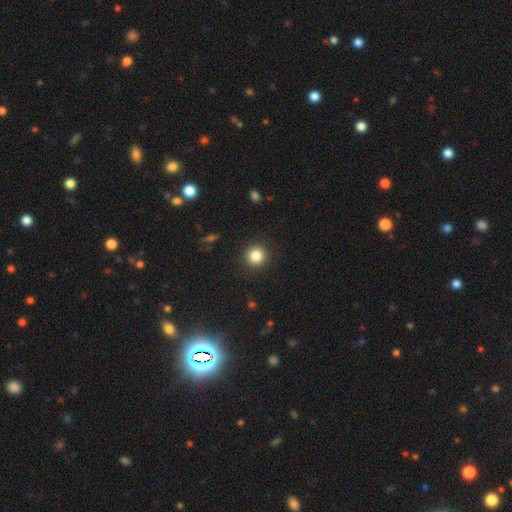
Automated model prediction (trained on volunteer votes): A smooth galaxy with no disk features (84%) that is round (94%).

Vote fractions:
- Smooth or featured? smooth: 84% / star or artifact: 11% / featured or disk: 6%
- How rounded? round: 94% / in between: 6% / cigar-shaped: 1%
- Merging? none: 91% / minor disturbance: 6% / major disturbance: 2% / merger: 1%